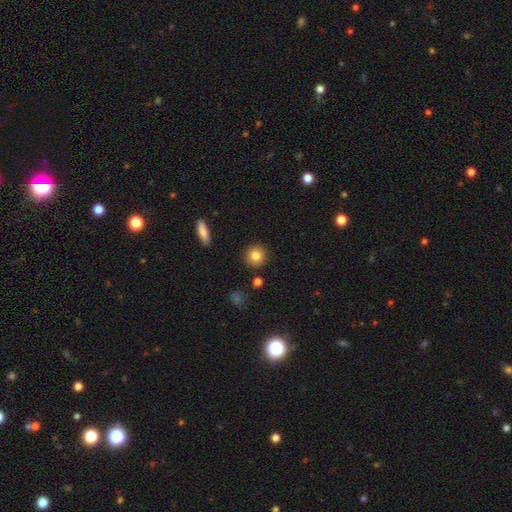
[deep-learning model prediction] smooth_or_featured: smooth (p=0.84) [alt: star or artifact p=0.09]
how_rounded: round (p=0.93) [alt: in between p=0.06]
merging: none (p=0.90) [alt: minor disturbance p=0.06]